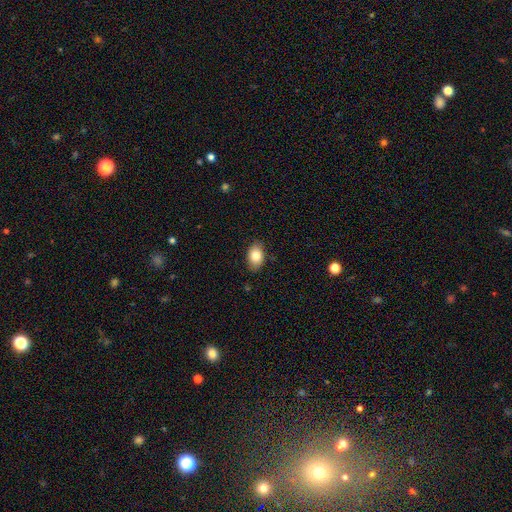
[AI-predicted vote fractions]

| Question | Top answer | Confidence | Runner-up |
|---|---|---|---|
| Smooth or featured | smooth | 83% | featured or disk (9%) |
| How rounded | in between | 87% | round (12%) |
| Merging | none | 86% | minor disturbance (11%) |